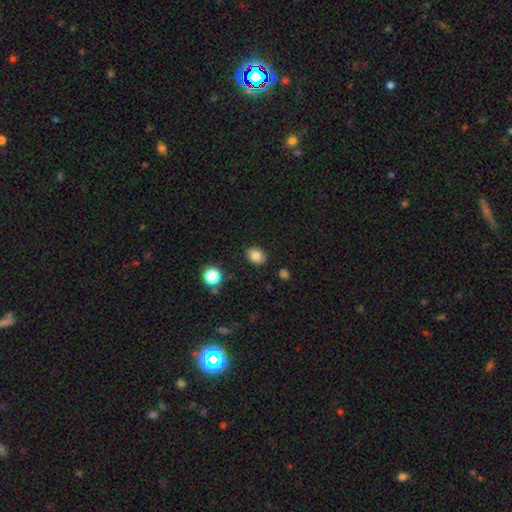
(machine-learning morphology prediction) Smooth or featured: smooth — 82% (star or artifact — 11%)
How rounded: in between — 55% (round — 44%)
Merging: none — 87% (minor disturbance — 9%)